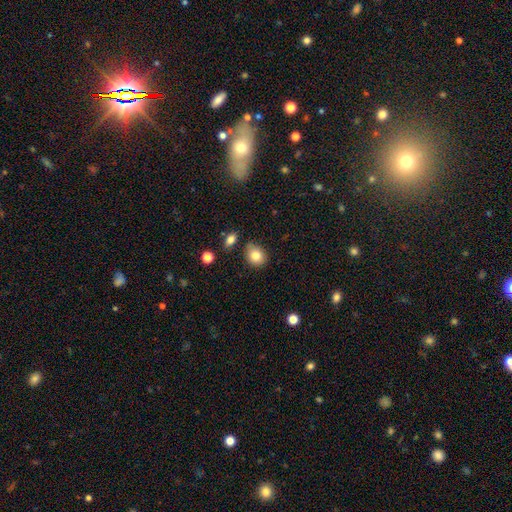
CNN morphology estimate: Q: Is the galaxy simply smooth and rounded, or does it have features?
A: smooth — 82%.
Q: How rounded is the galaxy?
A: round — 60%.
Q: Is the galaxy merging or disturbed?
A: none — 76%.